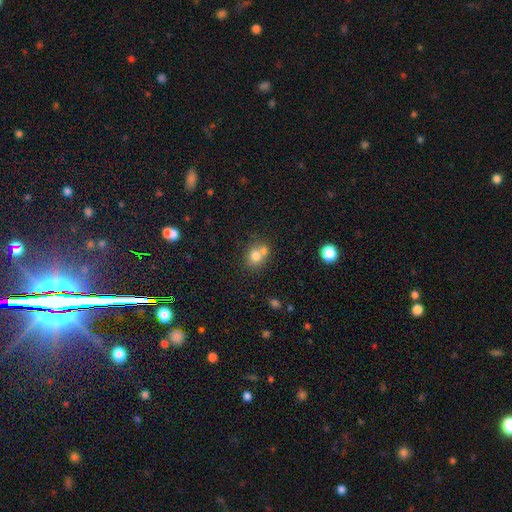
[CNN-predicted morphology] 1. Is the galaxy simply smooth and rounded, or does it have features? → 75% smooth, 13% featured or disk, 12% star or artifact.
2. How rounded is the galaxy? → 73% round, 26% in between, 1% cigar-shaped.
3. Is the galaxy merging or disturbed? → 45% merger, 43% none, 9% minor disturbance, 3% major disturbance.